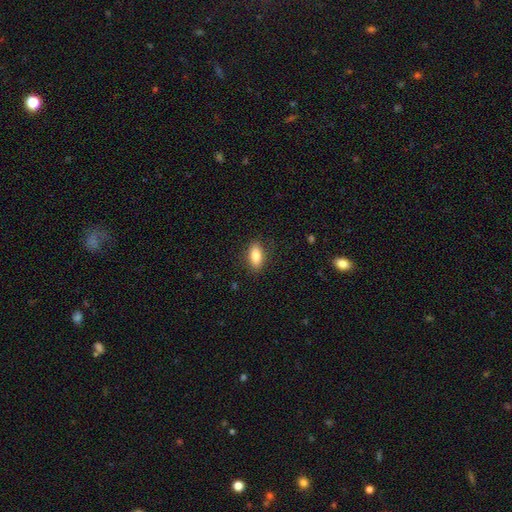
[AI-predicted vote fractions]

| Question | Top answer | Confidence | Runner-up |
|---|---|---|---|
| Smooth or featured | smooth | 84% | featured or disk (9%) |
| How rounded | in between | 85% | cigar-shaped (11%) |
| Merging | none | 87% | minor disturbance (9%) |